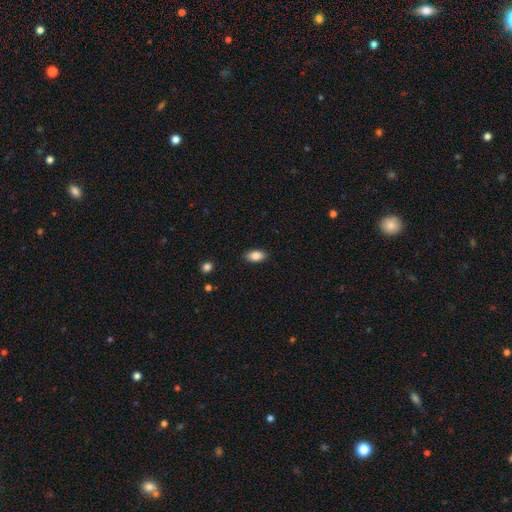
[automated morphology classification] smooth-or-featured: smooth: 85% | star or artifact: 8% | featured or disk: 8%
  how-rounded: in between: 91% | round: 5% | cigar-shaped: 4%
  merging: none: 88% | minor disturbance: 9% | major disturbance: 2% | merger: 1%